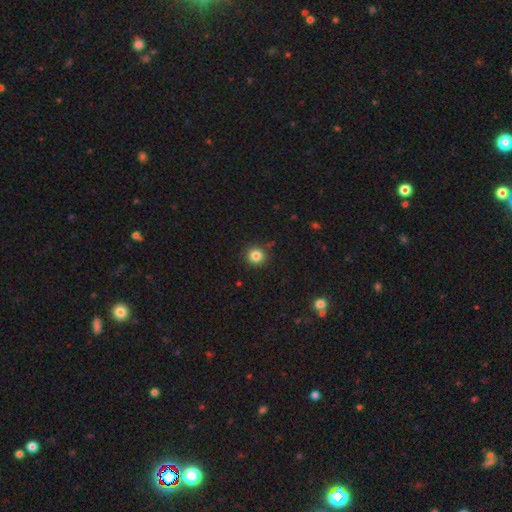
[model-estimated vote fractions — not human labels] smooth_or_featured: smooth (p=0.84) [alt: star or artifact p=0.11]
how_rounded: round (p=0.94) [alt: in between p=0.05]
merging: none (p=0.90) [alt: minor disturbance p=0.06]